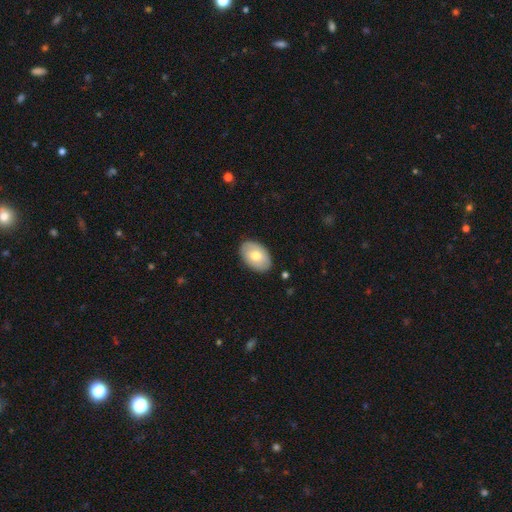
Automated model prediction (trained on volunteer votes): The model was most divided on "smooth or featured": smooth: 67%, featured or disk: 27%, star or artifact: 6%. More confident: how rounded — in between (89%); merging — none (86%).